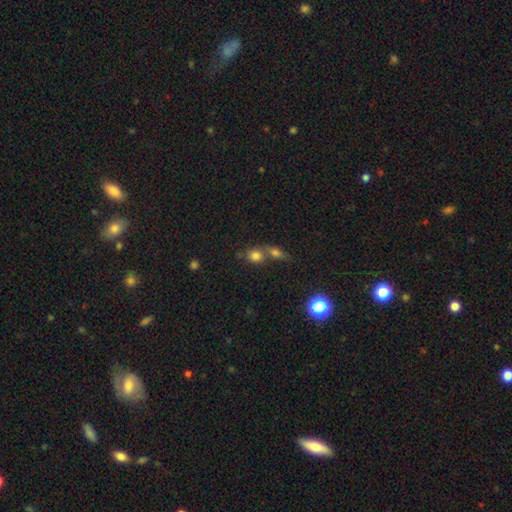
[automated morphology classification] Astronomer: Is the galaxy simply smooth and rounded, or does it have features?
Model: smooth — 78%.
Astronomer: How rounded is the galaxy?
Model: round — 62%.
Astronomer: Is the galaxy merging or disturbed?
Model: merger — 51% (runner-up: none, 38%).